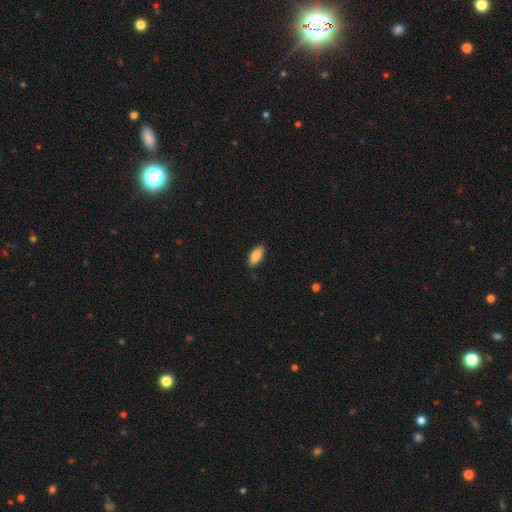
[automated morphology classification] A smooth galaxy with no disk features (84%) that is in between round and cigar-shaped (85%).

Vote fractions:
- Smooth or featured? smooth: 84% / featured or disk: 10% / star or artifact: 6%
- How rounded? in between: 85% / cigar-shaped: 13% / round: 2%
- Merging? none: 87% / minor disturbance: 10% / major disturbance: 2% / merger: 1%